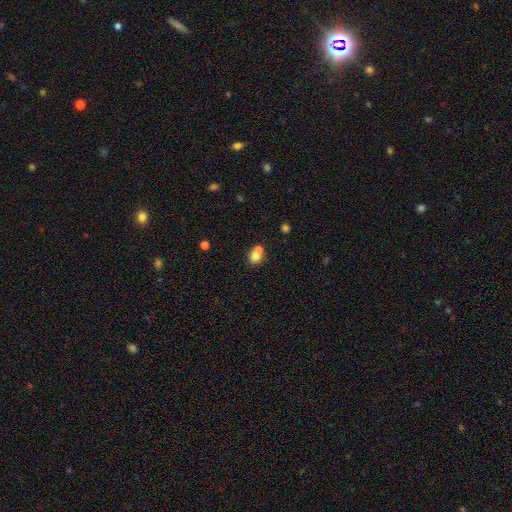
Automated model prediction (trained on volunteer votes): This appears to be a smooth galaxy with no disk features (73%) that is round (70%). Merging: merger (56%).